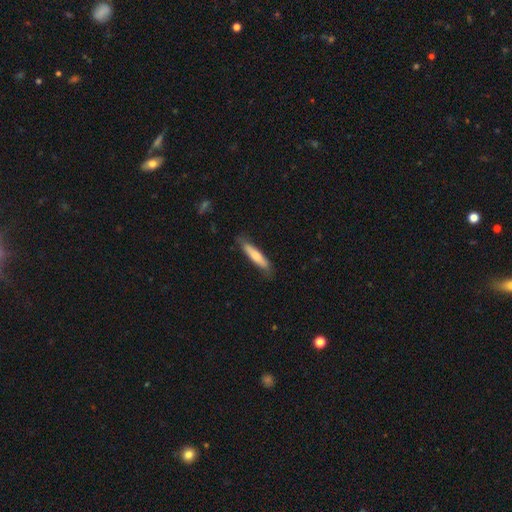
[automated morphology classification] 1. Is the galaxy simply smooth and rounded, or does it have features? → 76% smooth, 18% featured or disk, 5% star or artifact.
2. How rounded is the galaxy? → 85% cigar-shaped, 13% in between, 1% round.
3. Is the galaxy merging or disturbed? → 79% none, 17% minor disturbance, 3% major disturbance, 1% merger.